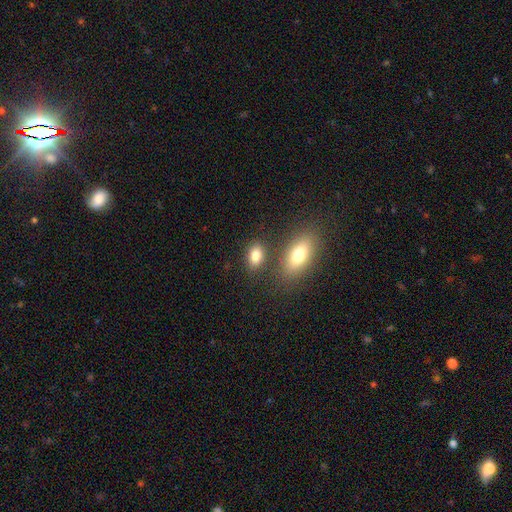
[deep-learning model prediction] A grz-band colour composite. It shows a smooth galaxy with no disk features (82%) that is in between round and cigar-shaped (85%). Merging: none (73%).